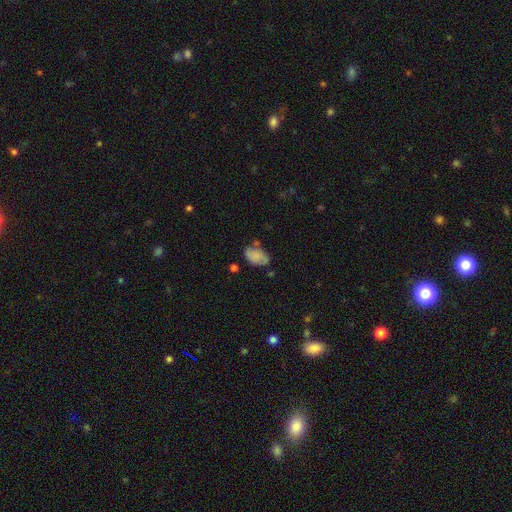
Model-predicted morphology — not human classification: type=smooth (71%); roundness=in between (89%); merging=none (57%).